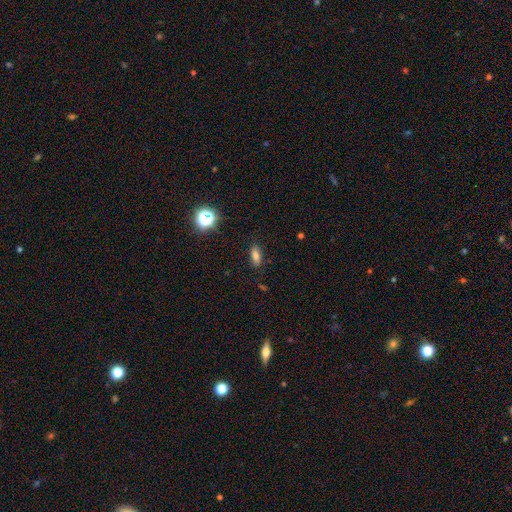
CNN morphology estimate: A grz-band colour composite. It shows a smooth galaxy with no disk features (73%) that is in between round and cigar-shaped (76%). Merging: none (86%).